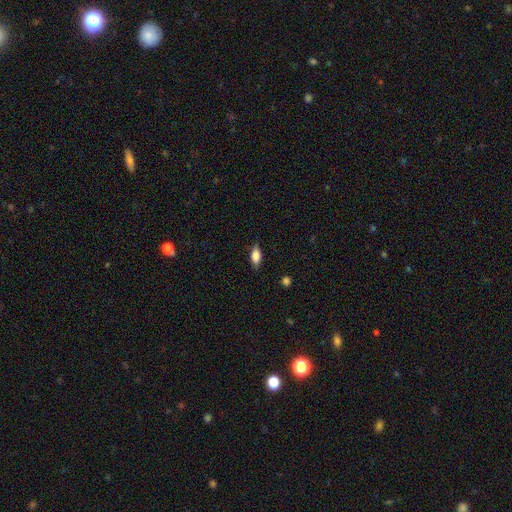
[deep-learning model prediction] Smooth or featured: smooth — 79% (featured or disk — 13%)
How rounded: in between — 82% (cigar-shaped — 14%)
Merging: none — 82% (minor disturbance — 14%)